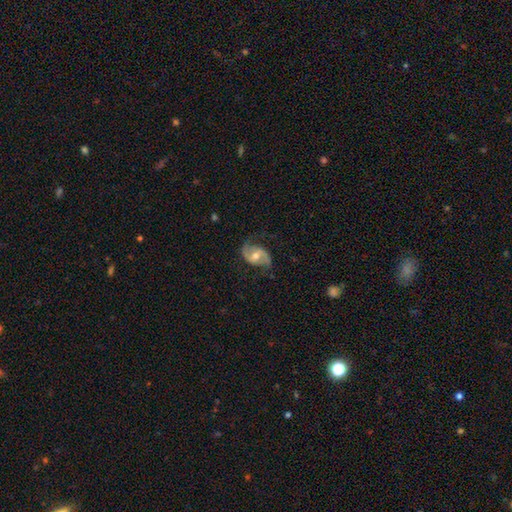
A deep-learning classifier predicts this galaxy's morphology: Smooth or featured: featured or disk — 81% (smooth — 14%)
Edge-on disk: no — 97% (yes — 3%)
Bar: no — 43% (weak — 42%)
Spiral arms: yes — 93% (no — 7%)
Spiral winding: loose — 47% (medium — 40%)
Spiral arm count: 2 — 91% (can't tell — 3%)
Bulge size: moderate — 71% (small — 21%)
Merging: none — 73% (minor disturbance — 18%)